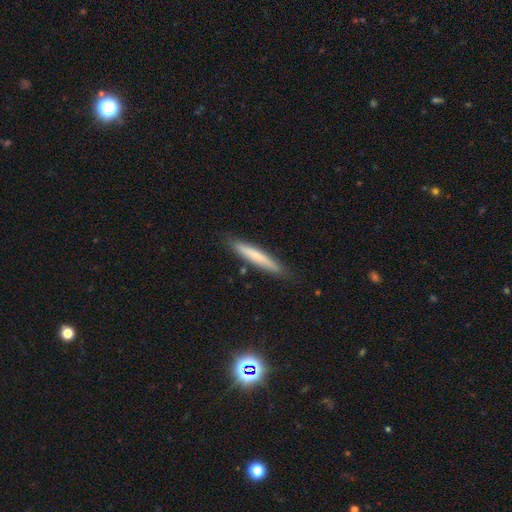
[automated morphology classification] This appears to be a smooth galaxy with no disk features (68%) that is cigar-shaped (94%). Merging: none (87%).